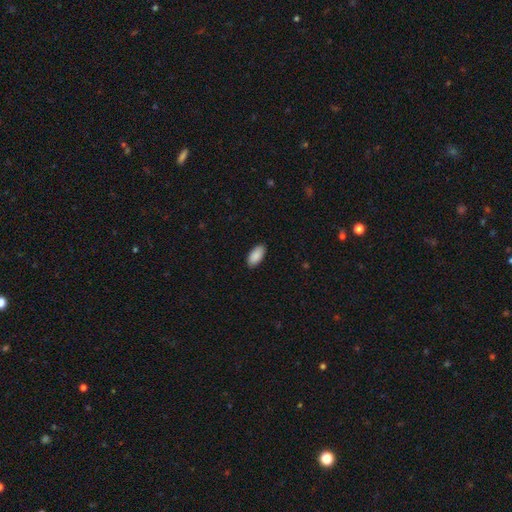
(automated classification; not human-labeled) Smooth or featured: smooth — 90% (star or artifact — 6%)
How rounded: in between — 93% (cigar-shaped — 5%)
Merging: none — 88% (minor disturbance — 9%)